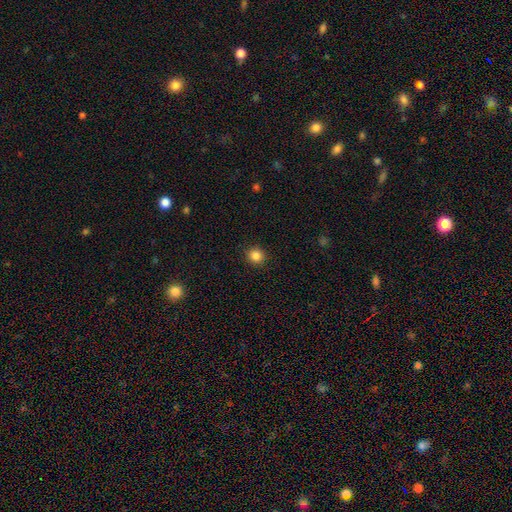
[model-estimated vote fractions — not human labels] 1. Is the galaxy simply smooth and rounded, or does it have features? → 85% smooth, 11% star or artifact, 3% featured or disk.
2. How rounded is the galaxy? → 91% round, 8% in between, 1% cigar-shaped.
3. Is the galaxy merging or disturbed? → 92% none, 5% minor disturbance, 2% major disturbance, 1% merger.